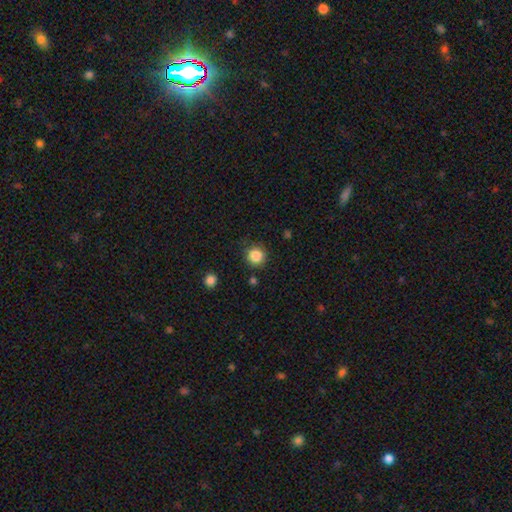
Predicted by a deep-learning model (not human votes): This is clearly a smooth galaxy (86%). How rounded: clearly round (93%). Merging: clearly none (85%).